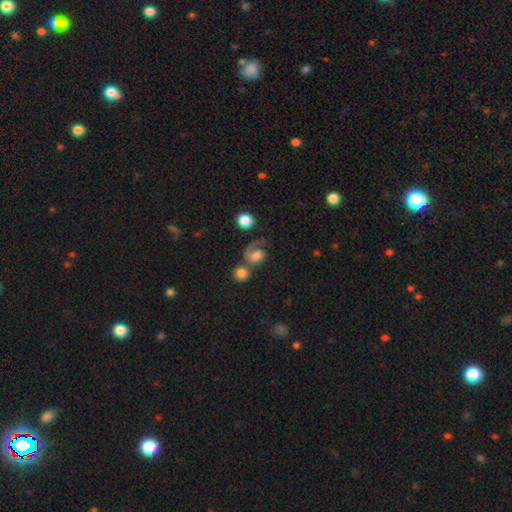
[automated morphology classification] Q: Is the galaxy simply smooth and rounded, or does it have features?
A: smooth — 50%.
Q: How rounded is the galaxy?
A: round — 57%.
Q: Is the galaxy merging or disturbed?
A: merger — 31%.